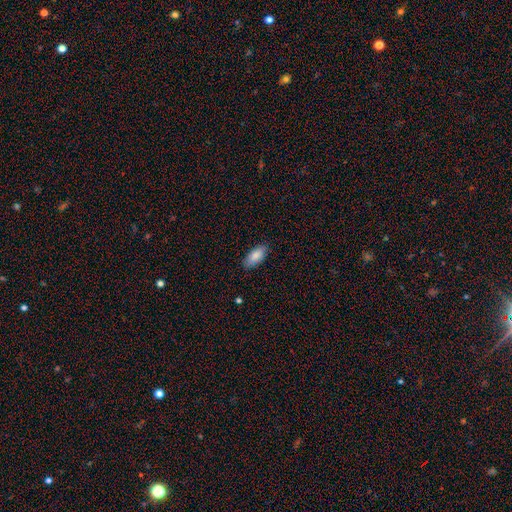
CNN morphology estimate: smooth 87%, featured or disk 7%, star or artifact 6%. Down the decision tree: how rounded — in between (87%); merging — none (85%).